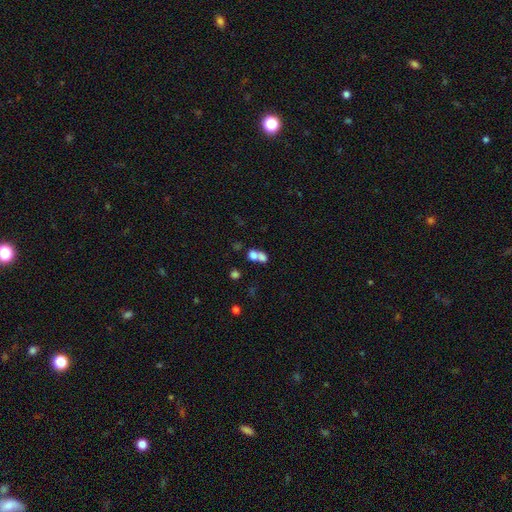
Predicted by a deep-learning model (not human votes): smooth_or_featured: smooth (p=0.71) [alt: featured or disk p=0.17]
how_rounded: round (p=0.53) [alt: in between p=0.45]
merging: merger (p=0.67) [alt: none p=0.23]